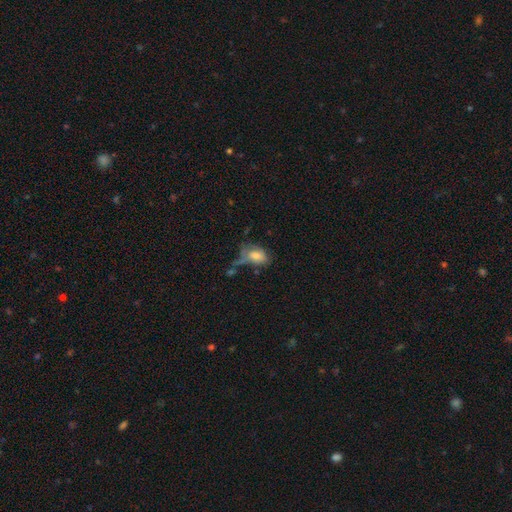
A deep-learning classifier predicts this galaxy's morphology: smooth 70%, featured or disk 20%, star or artifact 10%. Down the decision tree: how rounded — in between (84%); merging — none (34%).